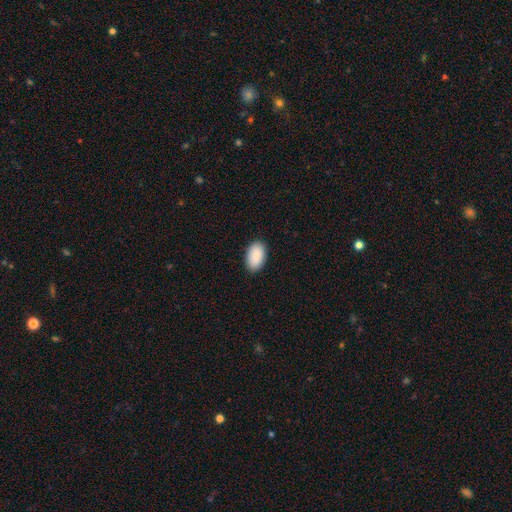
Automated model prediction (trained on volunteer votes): smooth_or_featured: smooth (p=0.89) [alt: star or artifact p=0.06]
how_rounded: in between (p=0.94) [alt: round p=0.05]
merging: none (p=0.89) [alt: minor disturbance p=0.09]